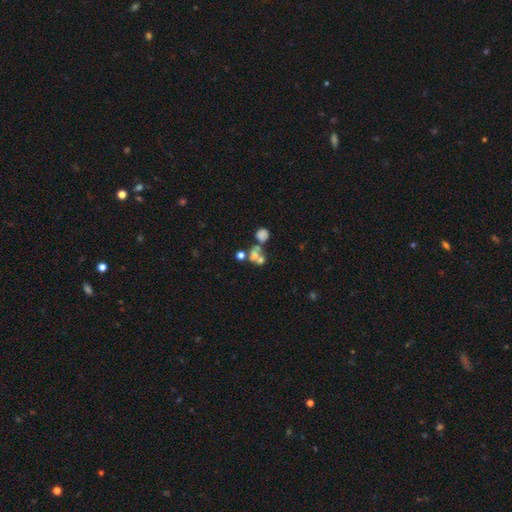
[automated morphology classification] Smooth or featured? Predicted: smooth (p=0.53). How rounded? Predicted: round (p=0.59). Merging? Predicted: merger (p=0.54).